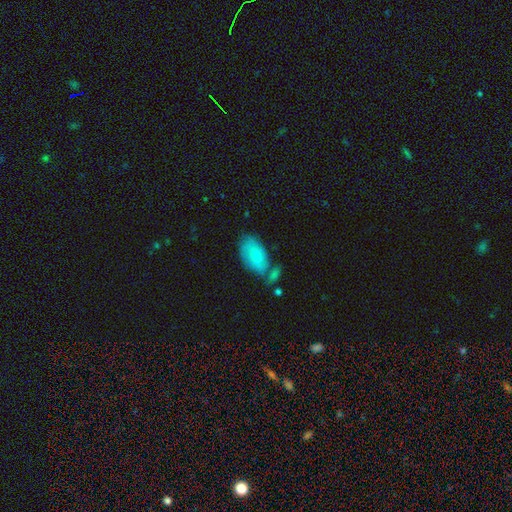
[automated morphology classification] Smooth or featured: smooth — 74% (featured or disk — 20%)
How rounded: in between — 93% (round — 5%)
Merging: none — 51% (minor disturbance — 23%)